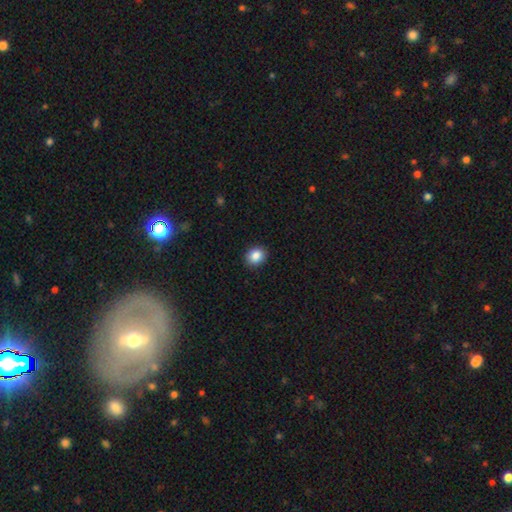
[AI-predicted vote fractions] This appears to be a smooth galaxy with no disk features (87%) that is round (70%). Merging: none (91%).